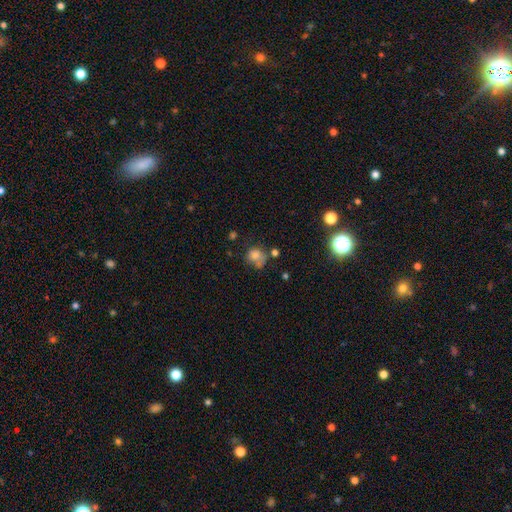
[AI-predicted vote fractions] smooth-or-featured: smooth: 74% | star or artifact: 14% | featured or disk: 12%
  how-rounded: round: 74% | in between: 25% | cigar-shaped: 1%
  merging: none: 43% | merger: 22% | minor disturbance: 21% | major disturbance: 14%